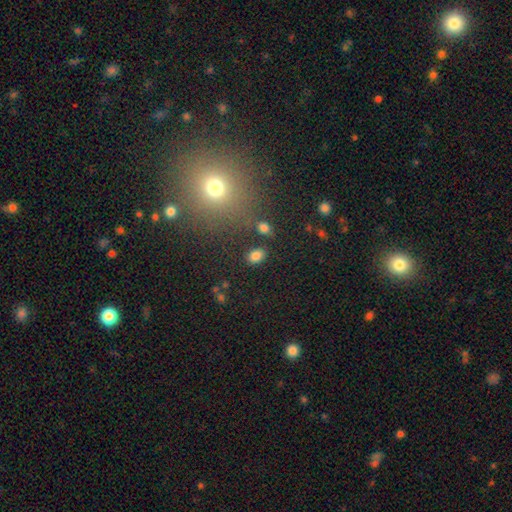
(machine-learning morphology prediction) smooth 83%, star or artifact 11%, featured or disk 6%. Down the decision tree: how rounded — in between (77%); merging — none (81%).